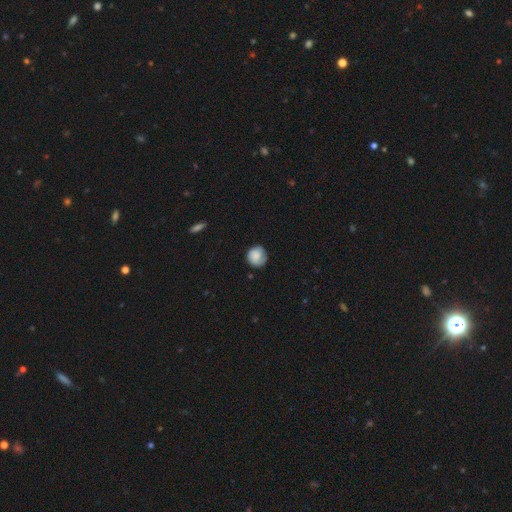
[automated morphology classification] type=smooth (73%); roundness=round (87%); merging=none (70%).